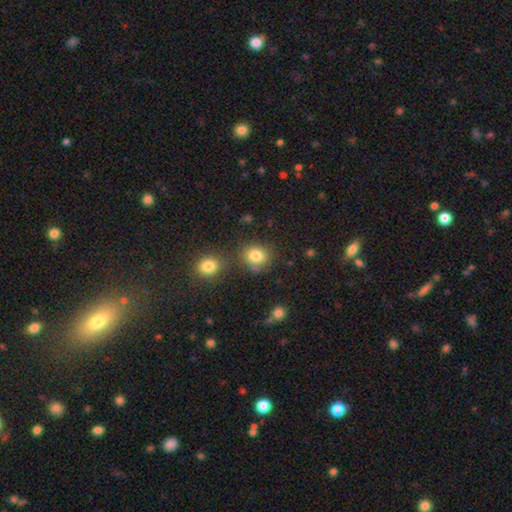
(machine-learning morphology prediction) smooth 82%, star or artifact 11%, featured or disk 6%. Down the decision tree: how rounded — round (69%); merging — none (68%).